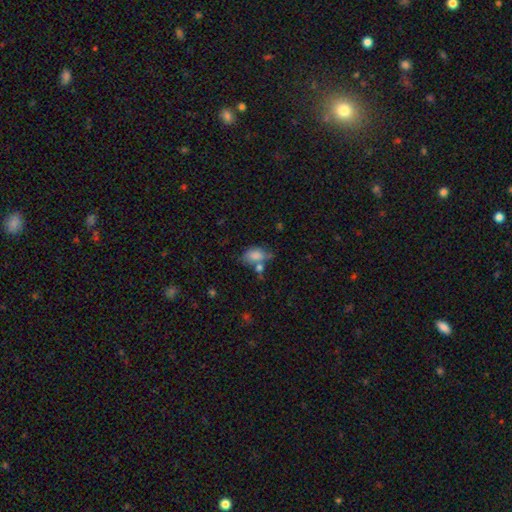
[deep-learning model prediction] The model was most divided on "merging": none: 42%, minor disturbance: 24%, merger: 24%, major disturbance: 11%. More confident: how rounded — in between (85%); smooth or featured — smooth (79%).